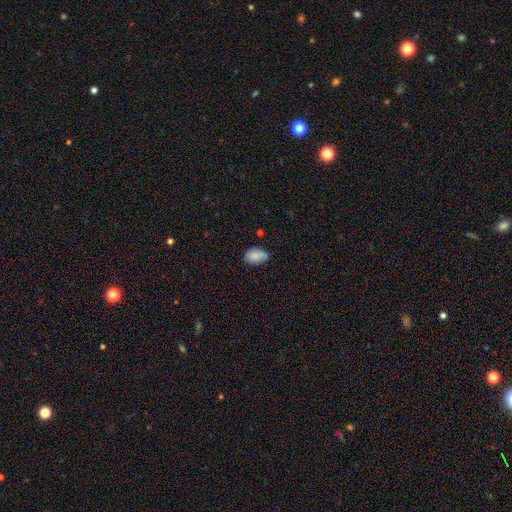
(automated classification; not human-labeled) Q: Smooth or featured?
A: smooth (83%); runner-up: featured or disk (9%)
Q: How rounded?
A: in between (88%); runner-up: round (11%)
Q: Merging?
A: none (58%); runner-up: minor disturbance (32%)